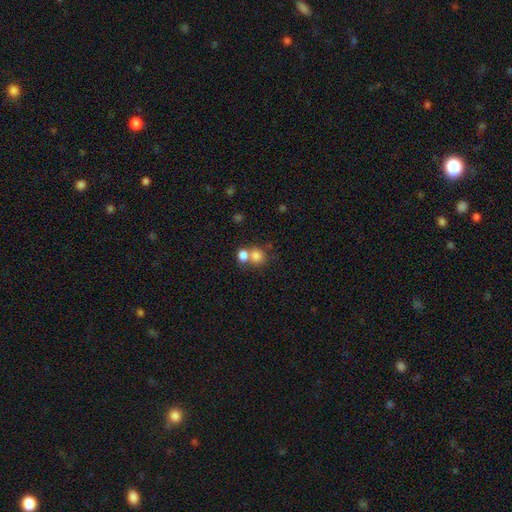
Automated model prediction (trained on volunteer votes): Q: Smooth or featured?
A: smooth (79%); runner-up: star or artifact (12%)
Q: How rounded?
A: round (76%); runner-up: in between (24%)
Q: Merging?
A: merger (45%); runner-up: none (44%)